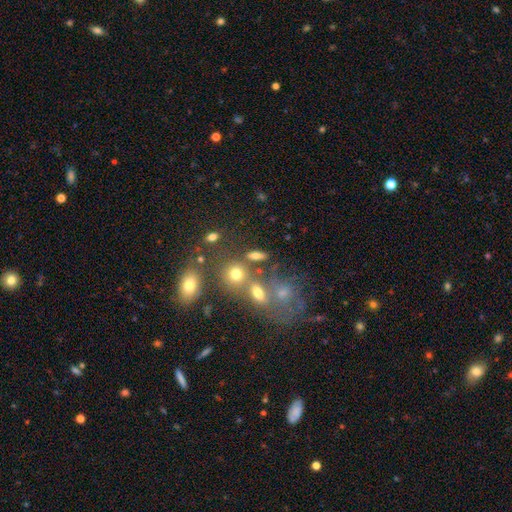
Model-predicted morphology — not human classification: The model was most divided on "how rounded": in between: 63%, round: 22%, cigar-shaped: 15%. More confident: smooth or featured — smooth (68%); merging — none (62%).